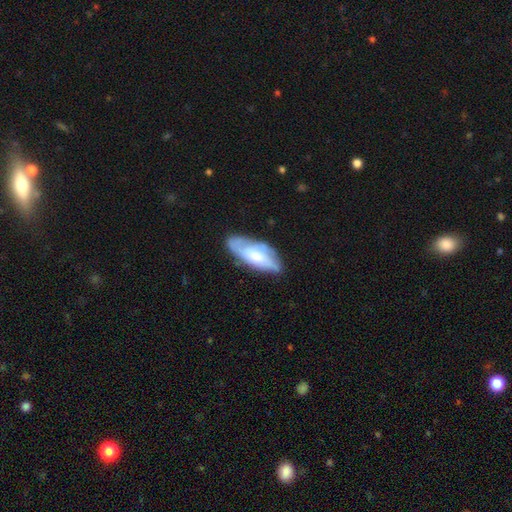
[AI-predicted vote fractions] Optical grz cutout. It shows a featured or disk galaxy (55%). Merging: none (63%).